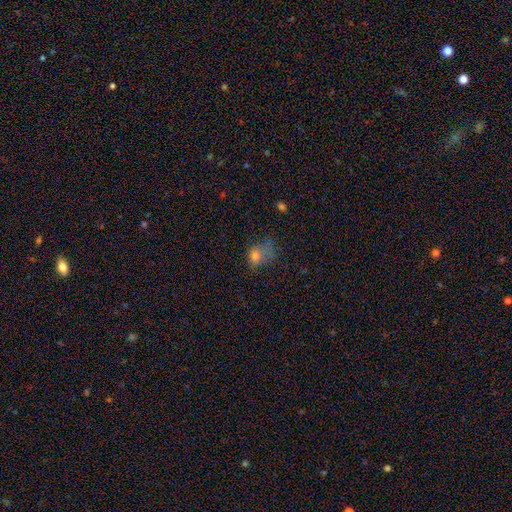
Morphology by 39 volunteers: This is likely a smooth galaxy (64%). How rounded: possibly round (52%). Merging: marginally major disturbance (40%).